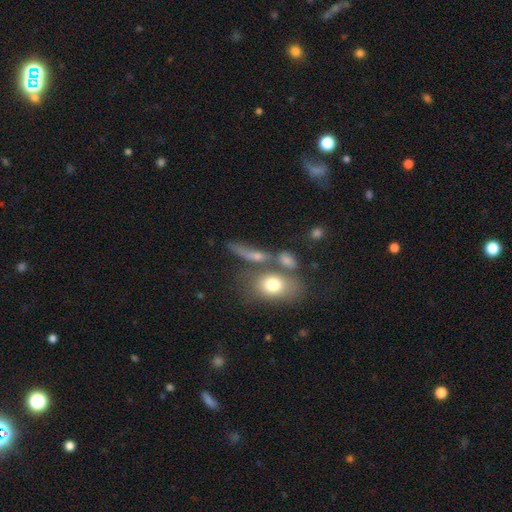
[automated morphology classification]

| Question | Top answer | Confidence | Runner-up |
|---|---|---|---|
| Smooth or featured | smooth | 55% | featured or disk (31%) |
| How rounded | in between | 53% | cigar-shaped (27%) |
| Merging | none | 46% | merger (29%) |